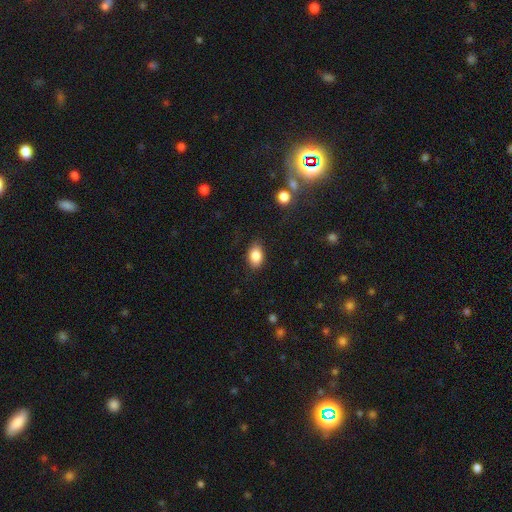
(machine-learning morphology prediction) Overall: smooth (85%). How rounded: in between (86%). Merging: none (84%).